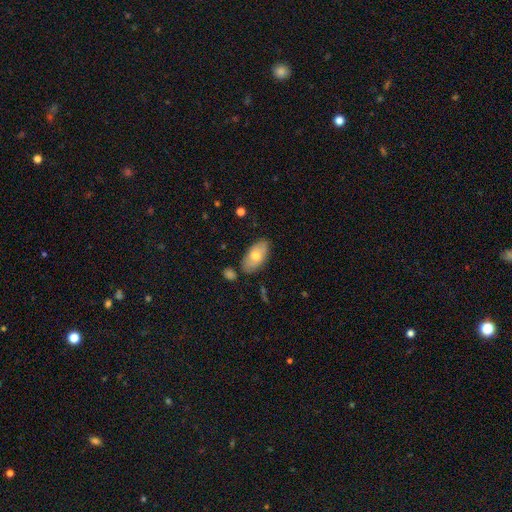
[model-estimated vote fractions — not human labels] Smooth or featured? Predicted: smooth (p=0.71). How rounded? Predicted: in between (p=0.94). Merging? Predicted: none (p=0.79).